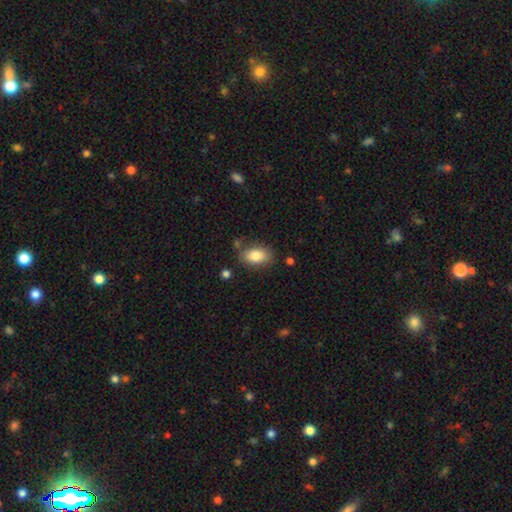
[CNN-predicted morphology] The model was most divided on "merging": none: 79%, minor disturbance: 14%, merger: 4%, major disturbance: 4%. More confident: how rounded — in between (89%); smooth or featured — smooth (83%).